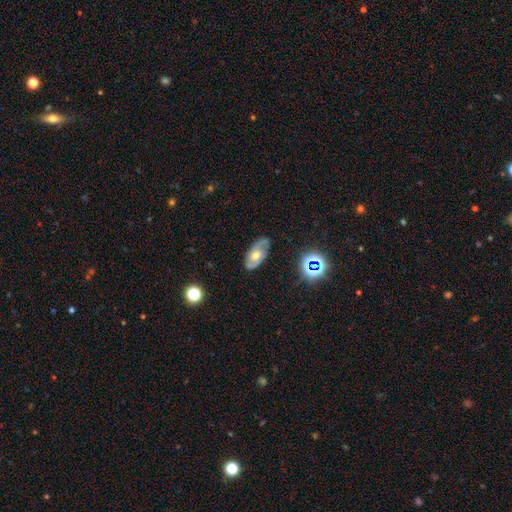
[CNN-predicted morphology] featured or disk 56%, smooth 34%, star or artifact 10%. Down the decision tree: edge-on disk — no (88%); merging — none (73%).